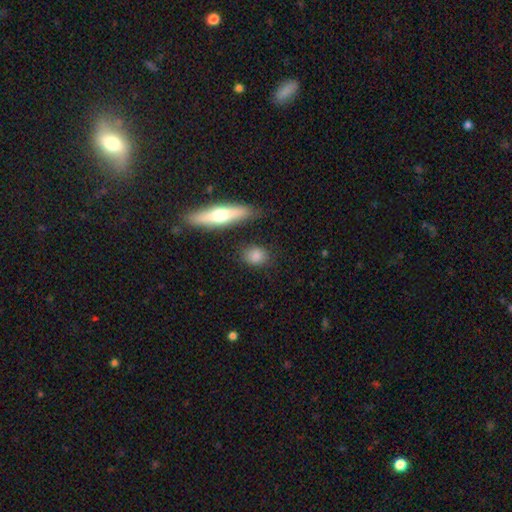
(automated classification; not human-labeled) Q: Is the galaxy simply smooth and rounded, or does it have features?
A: smooth — 83%.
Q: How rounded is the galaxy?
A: in between — 50%.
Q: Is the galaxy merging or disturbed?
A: none — 80%.